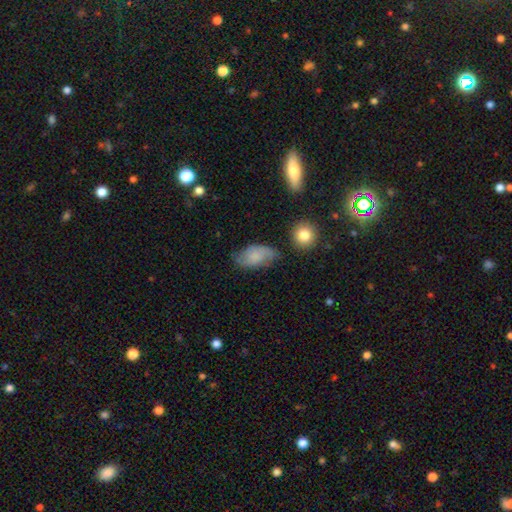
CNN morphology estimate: Smooth or featured: smooth — 67% (featured or disk — 24%)
How rounded: in between — 92% (round — 5%)
Merging: none — 59% (minor disturbance — 29%)